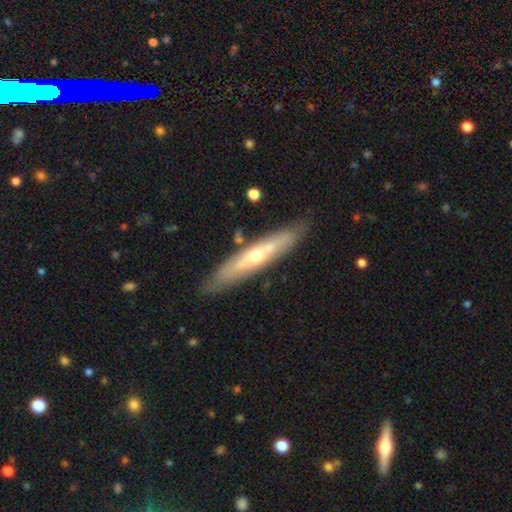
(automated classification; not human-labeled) Q: Smooth or featured?
A: featured or disk (62%); runner-up: smooth (33%)
Q: Edge-on disk?
A: yes (68%); runner-up: no (32%)
Q: Merging?
A: none (83%); runner-up: minor disturbance (12%)